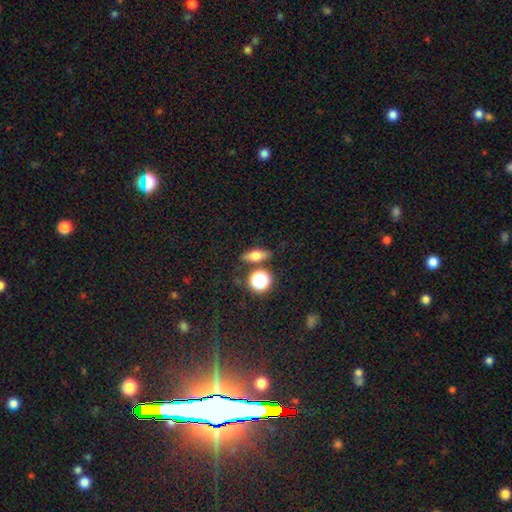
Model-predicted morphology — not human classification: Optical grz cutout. It shows a smooth galaxy with no disk features (67%) that is in between round and cigar-shaped (56%). Merging: none (77%).